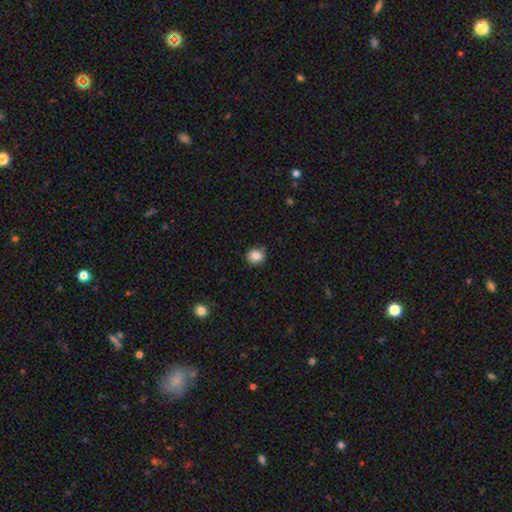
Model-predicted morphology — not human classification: smooth 86%, star or artifact 10%, featured or disk 5%. Down the decision tree: how rounded — round (79%); merging — none (82%).